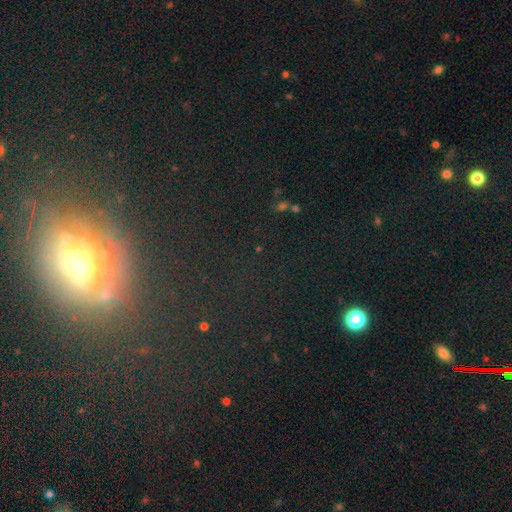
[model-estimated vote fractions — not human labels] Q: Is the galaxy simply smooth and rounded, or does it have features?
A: star or artifact — 46%.